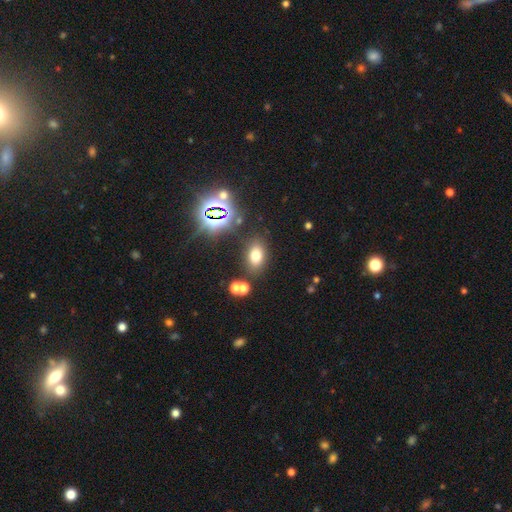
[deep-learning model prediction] Q: Smooth or featured?
A: smooth (68%); runner-up: star or artifact (22%)
Q: How rounded?
A: in between (79%); runner-up: round (18%)
Q: Merging?
A: none (78%); runner-up: minor disturbance (10%)